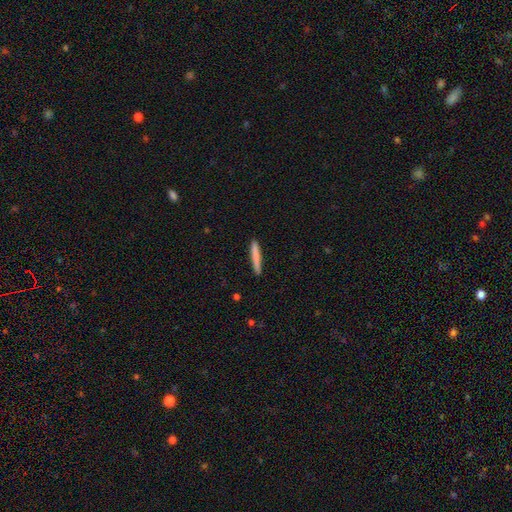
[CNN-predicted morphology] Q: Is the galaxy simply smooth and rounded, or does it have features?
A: smooth — 80%.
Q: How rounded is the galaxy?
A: cigar-shaped — 96%.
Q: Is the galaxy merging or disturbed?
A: none — 91%.